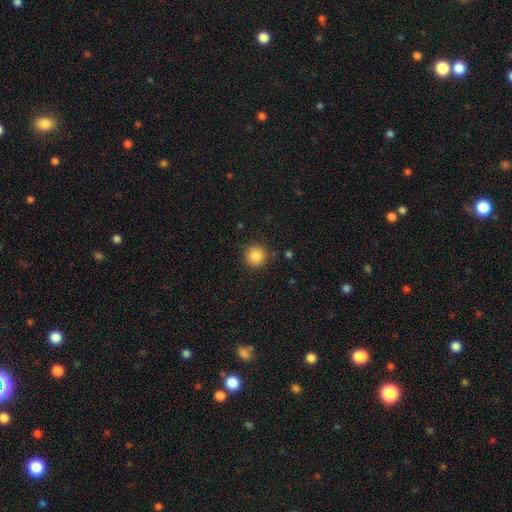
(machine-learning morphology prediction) smooth-or-featured: smooth: 86% | star or artifact: 10% | featured or disk: 4%
  how-rounded: round: 94% | in between: 5% | cigar-shaped: 1%
  merging: none: 89% | minor disturbance: 7% | major disturbance: 2% | merger: 2%